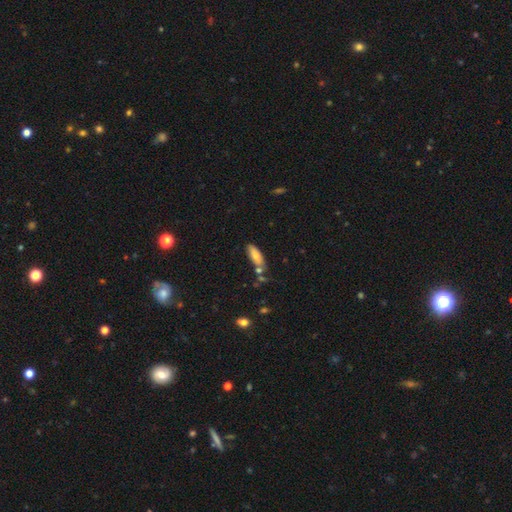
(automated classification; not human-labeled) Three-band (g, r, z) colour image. It shows a smooth galaxy with no disk features (76%) that is in between round and cigar-shaped (70%). Merging: none (65%).